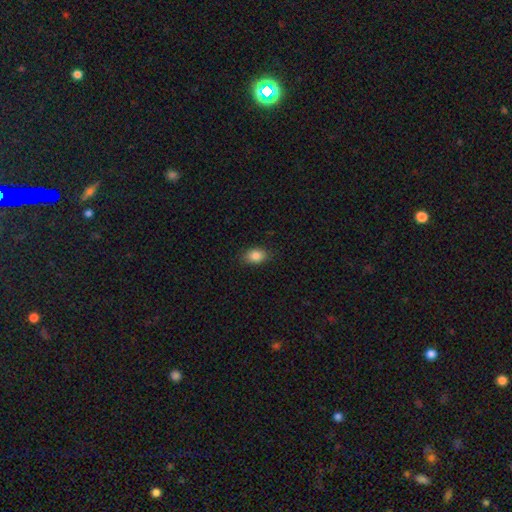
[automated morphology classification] Overall: smooth (86%). How rounded: in between (81%). Merging: none (86%).